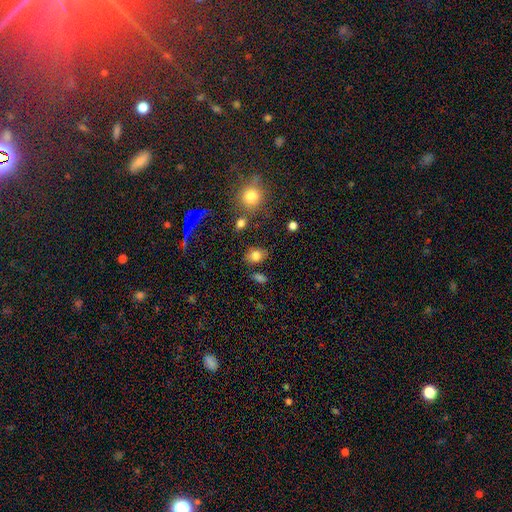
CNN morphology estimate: Smooth or featured? smooth (79%)
How rounded? in between (71%)
Merging? none (74%)